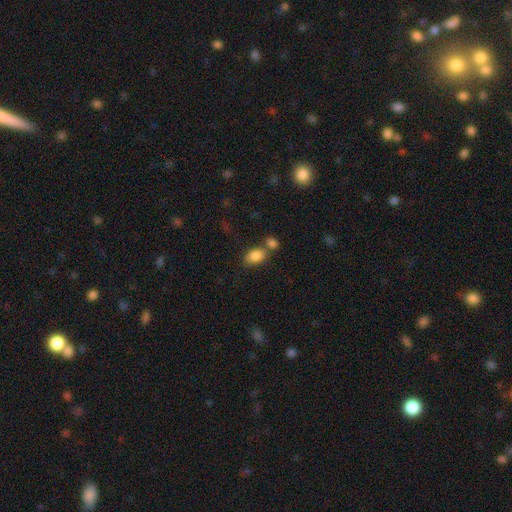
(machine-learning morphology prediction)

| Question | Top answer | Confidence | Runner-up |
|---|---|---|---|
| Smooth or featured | smooth | 85% | star or artifact (8%) |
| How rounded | in between | 86% | round (13%) |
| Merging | none | 52% | merger (33%) |